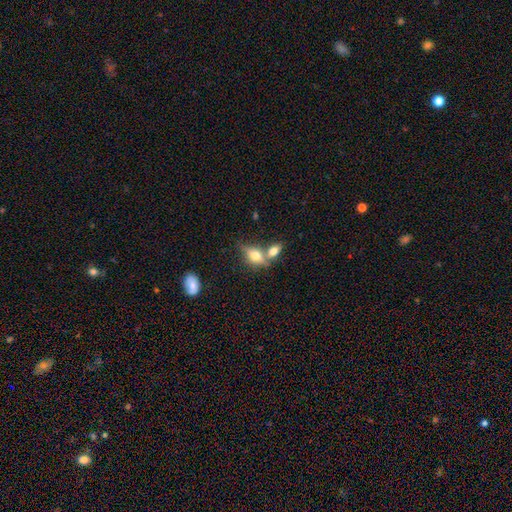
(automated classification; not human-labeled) Smooth or featured?
  - smooth: 64% *
  - featured or disk: 26%
  - star or artifact: 9%
How rounded?
  - in between: 76% *
  - round: 14%
  - cigar-shaped: 10%
Merging?
  - merger: 43% *
  - none: 40%
  - minor disturbance: 12%
  - major disturbance: 5%